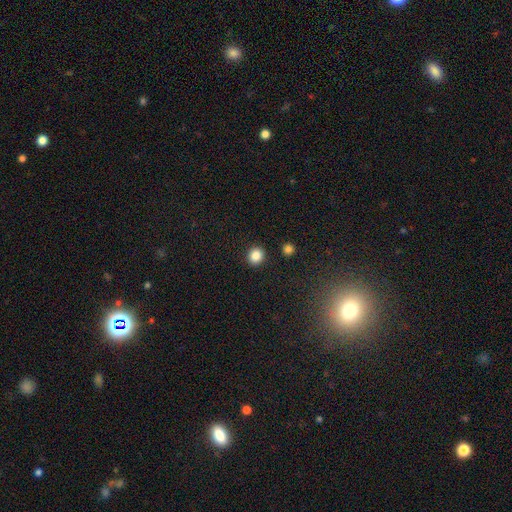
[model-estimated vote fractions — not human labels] Smooth or featured? Predicted: smooth (p=0.85). How rounded? Predicted: round (p=0.84). Merging? Predicted: none (p=0.90).